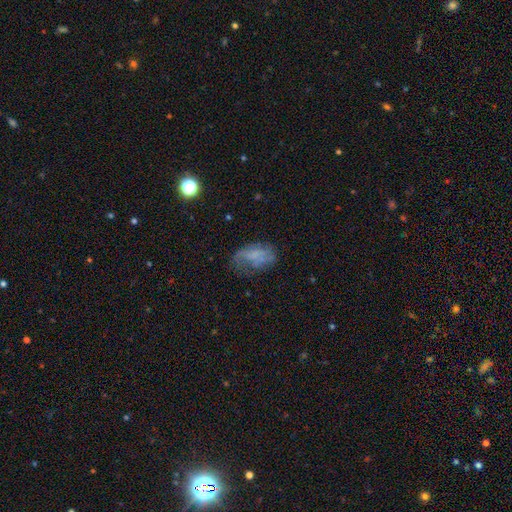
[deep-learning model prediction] Q: Smooth or featured?
A: smooth (45%); runner-up: featured or disk (42%)
Q: Merging?
A: none (45%); runner-up: minor disturbance (28%)